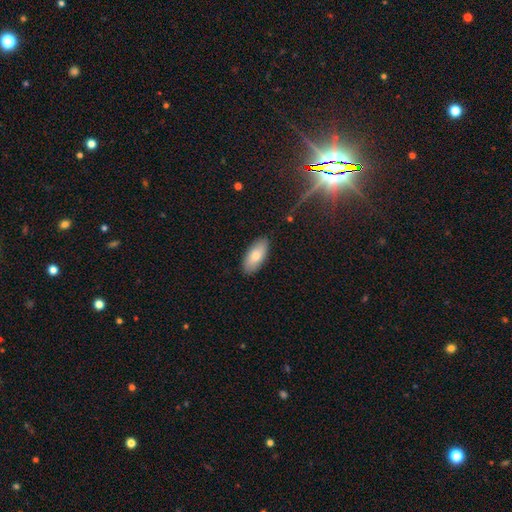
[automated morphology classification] smooth_or_featured: smooth (p=0.79) [alt: featured or disk p=0.15]
how_rounded: in between (p=0.90) [alt: cigar-shaped p=0.08]
merging: none (p=0.88) [alt: minor disturbance p=0.09]